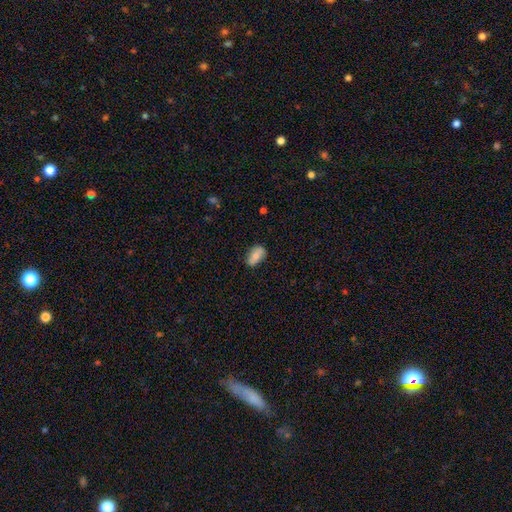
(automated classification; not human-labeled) Smooth or featured? smooth (75%)
How rounded? in between (91%)
Merging? none (78%)